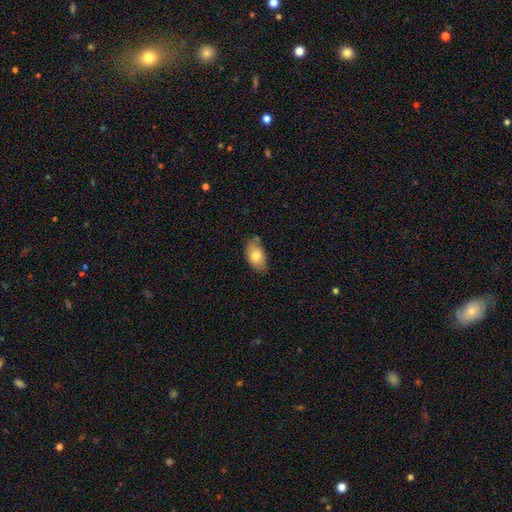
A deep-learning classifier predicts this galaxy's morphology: A smooth galaxy with no disk features (76%) that is in between round and cigar-shaped (93%). Merging: none (72%).